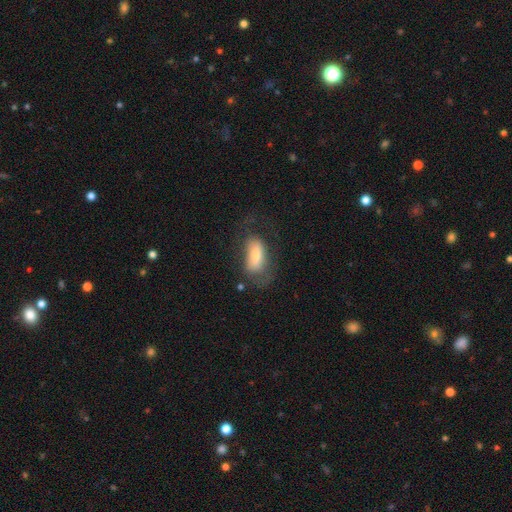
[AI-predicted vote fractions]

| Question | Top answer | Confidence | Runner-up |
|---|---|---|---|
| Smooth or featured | smooth | 69% | featured or disk (24%) |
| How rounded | in between | 88% | cigar-shaped (8%) |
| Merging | none | 45% | major disturbance (28%) |